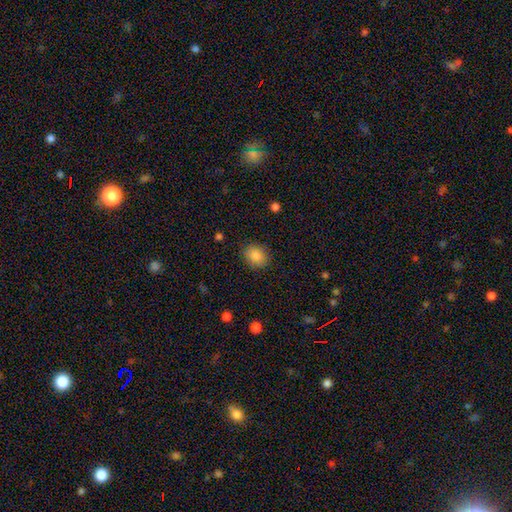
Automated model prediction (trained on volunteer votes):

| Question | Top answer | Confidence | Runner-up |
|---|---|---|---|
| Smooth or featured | smooth | 87% | star or artifact (9%) |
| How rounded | round | 58% | in between (41%) |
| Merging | none | 86% | minor disturbance (10%) |